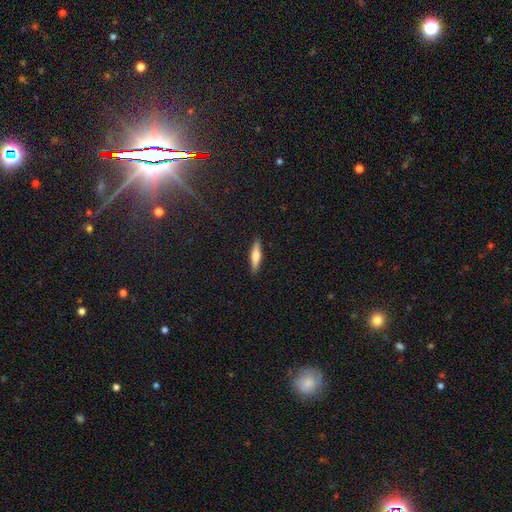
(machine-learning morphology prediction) type=smooth (59%); roundness=cigar-shaped (79%); merging=none (90%).